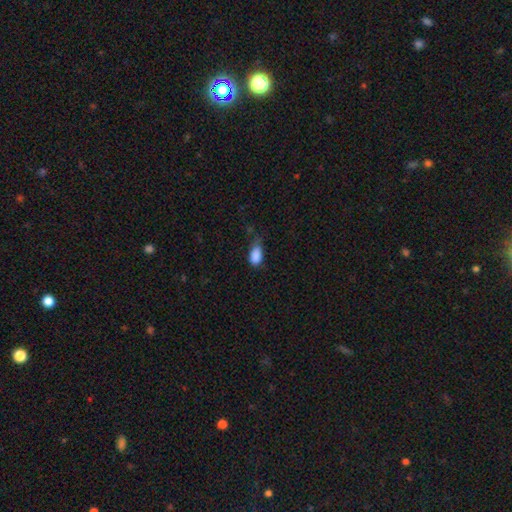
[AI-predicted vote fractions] Q: Smooth or featured?
A: smooth (87%); runner-up: star or artifact (8%)
Q: How rounded?
A: in between (91%); runner-up: round (6%)
Q: Merging?
A: none (43%); runner-up: minor disturbance (41%)